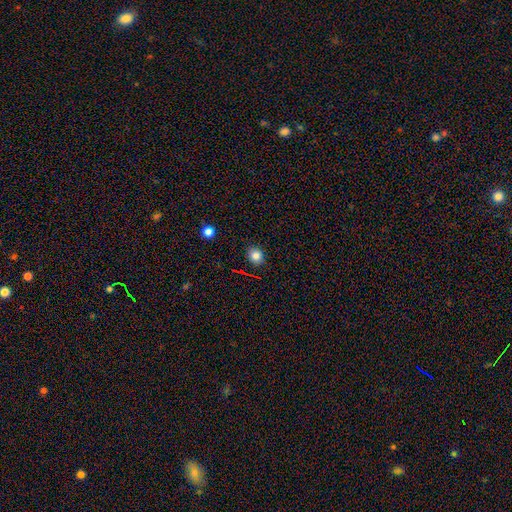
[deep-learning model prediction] A smooth galaxy with no disk features (81%) that is round (72%). Merging: none (86%).